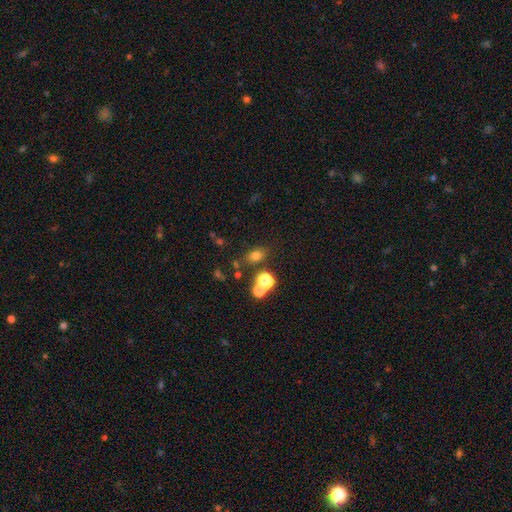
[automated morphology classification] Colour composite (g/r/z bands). It shows a smooth galaxy with no disk features (73%) that is in between round and cigar-shaped (57%). Merging: none (73%).